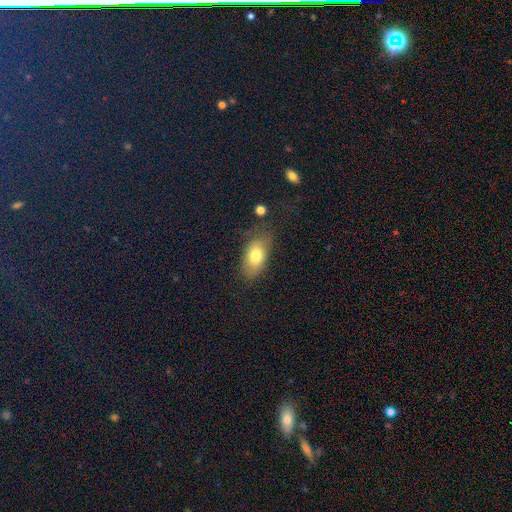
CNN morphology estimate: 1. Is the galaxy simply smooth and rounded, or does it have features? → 76% smooth, 15% featured or disk, 8% star or artifact.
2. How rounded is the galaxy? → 89% in between, 7% round, 4% cigar-shaped.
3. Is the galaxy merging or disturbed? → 68% none, 21% minor disturbance, 8% major disturbance, 3% merger.